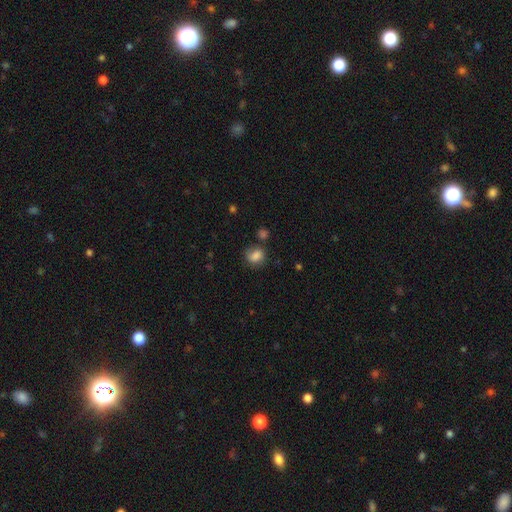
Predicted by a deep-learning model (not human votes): smooth-or-featured: smooth: 80% | star or artifact: 11% | featured or disk: 9%
  how-rounded: round: 51% | in between: 48% | cigar-shaped: 1%
  merging: none: 62% | minor disturbance: 22% | merger: 8% | major disturbance: 8%